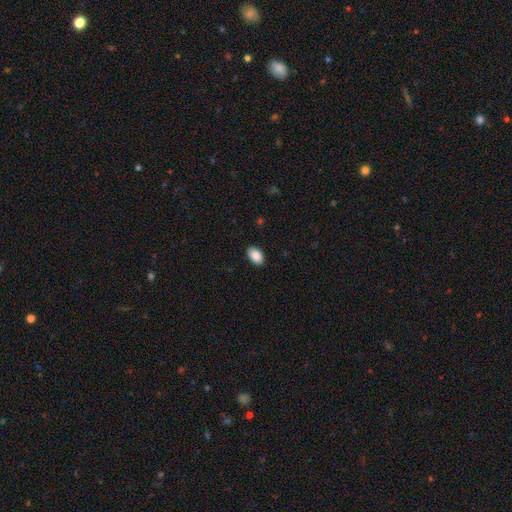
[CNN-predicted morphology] Smooth or featured?
  - smooth: 89% *
  - star or artifact: 7%
  - featured or disk: 4%
How rounded?
  - in between: 92% *
  - round: 7%
  - cigar-shaped: 1%
Merging?
  - none: 88% *
  - minor disturbance: 9%
  - major disturbance: 2%
  - merger: 1%